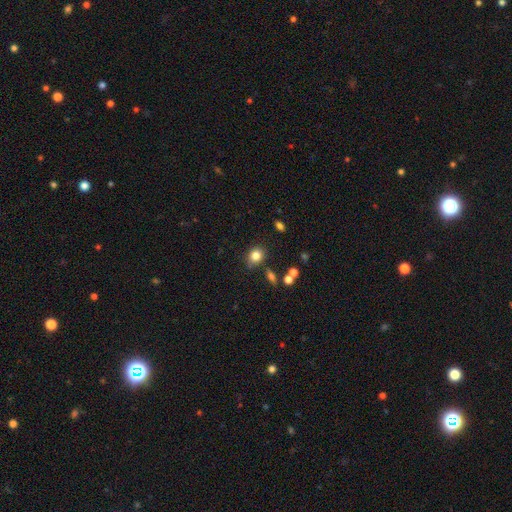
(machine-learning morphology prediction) Smooth or featured?
  - smooth: 80% *
  - star or artifact: 12%
  - featured or disk: 8%
How rounded?
  - round: 63% *
  - in between: 36%
  - cigar-shaped: 1%
Merging?
  - none: 77% *
  - minor disturbance: 14%
  - merger: 5%
  - major disturbance: 4%